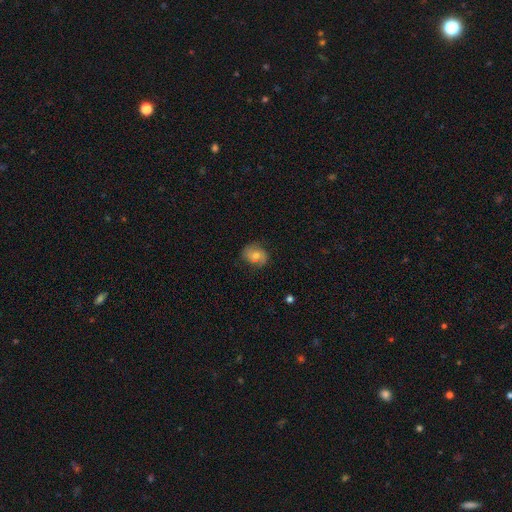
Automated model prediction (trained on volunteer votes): Smooth or featured? smooth (48%)
Merging? none (75%)